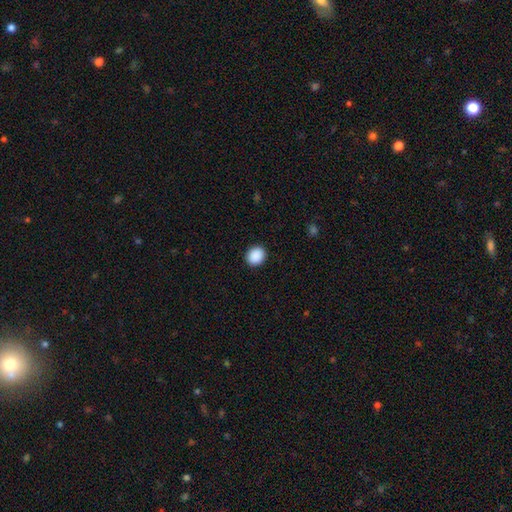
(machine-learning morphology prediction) The model was most divided on "how rounded": round: 73%, in between: 27%, cigar-shaped: 1%. More confident: merging — none (91%); smooth or featured — smooth (90%).